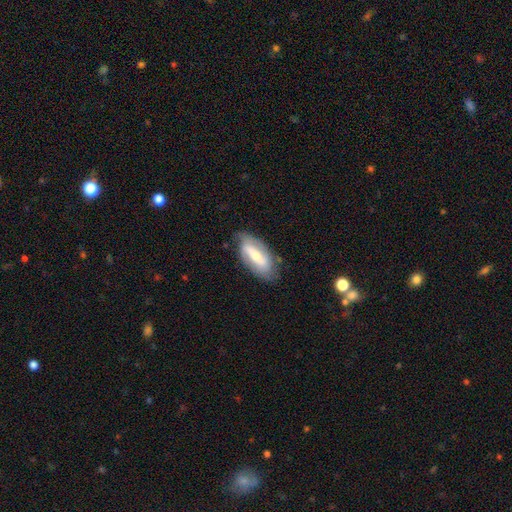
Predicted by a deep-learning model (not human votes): The model was most divided on "bulge size": moderate: 47%, small: 42%, large: 6%, none: 2%, dominant: 1%. More confident: edge-on disk — no (86%); merging — none (71%); spiral arms — yes (67%); smooth or featured — featured or disk (59%); bar — strong (55%).